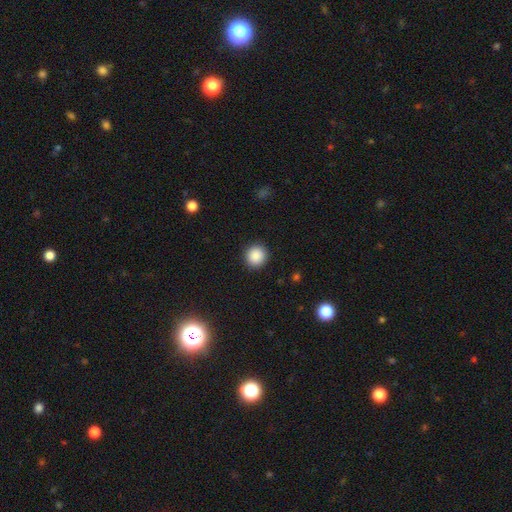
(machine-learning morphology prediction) smooth_or_featured: smooth (p=0.89) [alt: star or artifact p=0.09]
how_rounded: round (p=0.93) [alt: in between p=0.06]
merging: none (p=0.92) [alt: minor disturbance p=0.05]